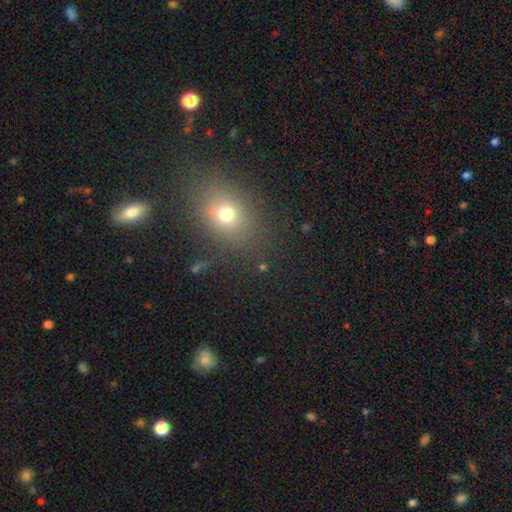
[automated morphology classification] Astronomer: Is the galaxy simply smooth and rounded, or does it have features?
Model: smooth — 61%.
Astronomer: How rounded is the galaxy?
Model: in between — 58% (runner-up: round, 40%).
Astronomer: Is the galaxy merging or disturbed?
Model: none — 86%.